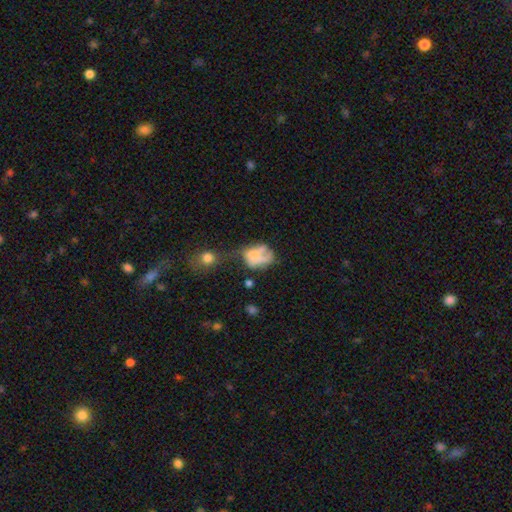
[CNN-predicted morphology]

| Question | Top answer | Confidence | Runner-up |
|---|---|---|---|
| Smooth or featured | smooth | 50% | featured or disk (38%) |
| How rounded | in between | 63% | round (35%) |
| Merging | major disturbance | 35% | merger (24%) |